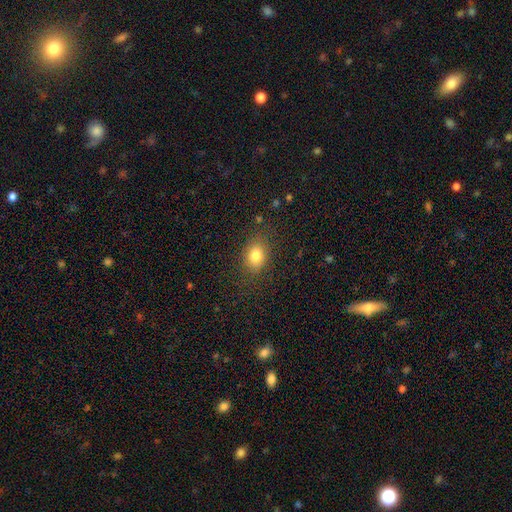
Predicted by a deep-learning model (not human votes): This is clearly a smooth galaxy (81%). How rounded: likely in between (63%). Merging: clearly none (81%).